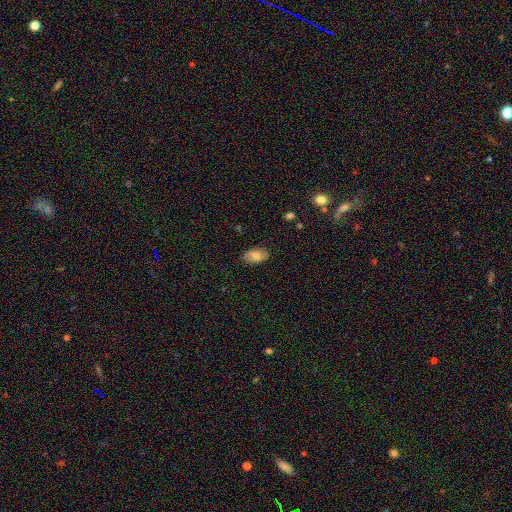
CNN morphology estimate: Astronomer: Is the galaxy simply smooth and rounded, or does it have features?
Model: smooth — 78%.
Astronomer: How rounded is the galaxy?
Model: in between — 92%.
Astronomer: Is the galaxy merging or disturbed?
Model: none — 83%.